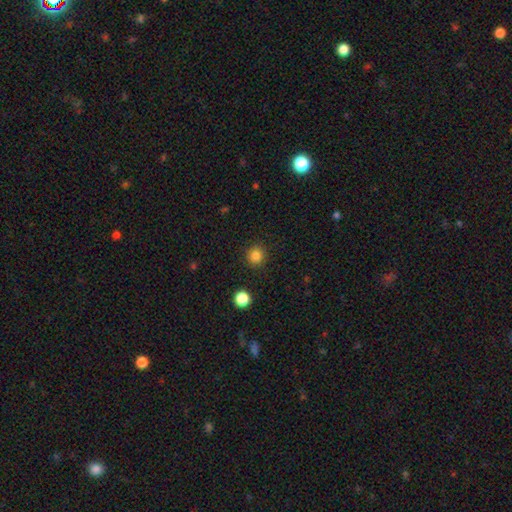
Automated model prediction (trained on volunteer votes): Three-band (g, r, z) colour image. It shows a smooth galaxy with no disk features (83%) that is round (93%). Merging: none (91%).